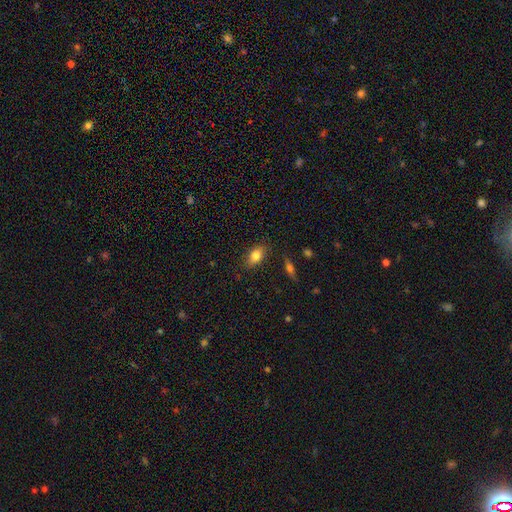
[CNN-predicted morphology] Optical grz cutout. It shows a smooth galaxy with no disk features (81%) that is in between round and cigar-shaped (85%). Merging: none (82%).